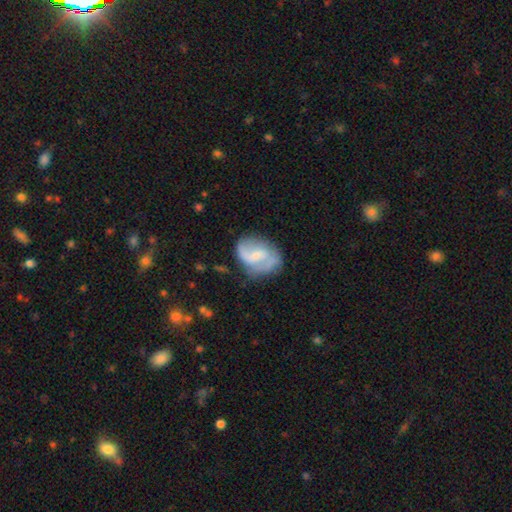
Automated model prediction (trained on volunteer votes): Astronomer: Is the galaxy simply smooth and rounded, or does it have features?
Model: featured or disk — 68%.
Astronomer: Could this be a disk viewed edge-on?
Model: no — 97%.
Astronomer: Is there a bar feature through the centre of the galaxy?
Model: weak — 50% (runner-up: no, 29%).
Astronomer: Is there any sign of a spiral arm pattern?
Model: yes — 85%.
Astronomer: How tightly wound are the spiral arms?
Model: loose — 51% (runner-up: medium, 36%).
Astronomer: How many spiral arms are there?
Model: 2 — 79%.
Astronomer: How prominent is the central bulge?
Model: small — 50% (runner-up: moderate, 30%).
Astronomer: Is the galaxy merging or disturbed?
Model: none — 60%.